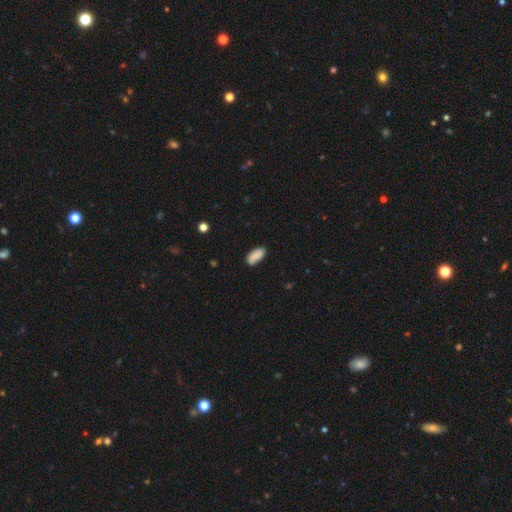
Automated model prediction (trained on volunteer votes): Q: Smooth or featured?
A: smooth (87%); runner-up: star or artifact (7%)
Q: How rounded?
A: in between (89%); runner-up: cigar-shaped (9%)
Q: Merging?
A: none (79%); runner-up: minor disturbance (16%)